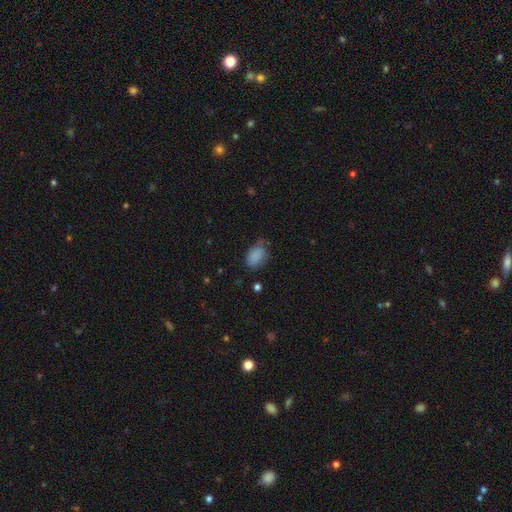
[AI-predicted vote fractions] Overall: smooth (85%). How rounded: in between (85%). Merging: none (59%; minor disturbance 30%).